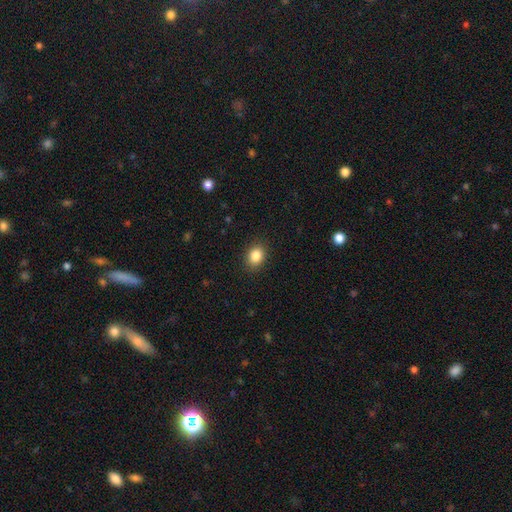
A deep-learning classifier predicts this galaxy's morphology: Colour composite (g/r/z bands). It shows a smooth galaxy with no disk features (85%) that is in between round and cigar-shaped (55%). Merging: none (89%).